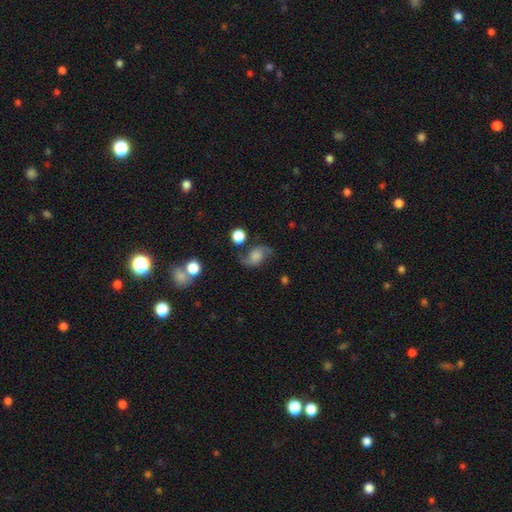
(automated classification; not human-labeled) This is likely a featured or disk galaxy (75%). It is clearly not viewed edge-on (97%). Bar: likely no (67%). Spiral arm pattern: clearly yes (96%). Spiral arm count: clearly 2 (93%). Spiral winding: likely loose (68%). Central bulge: marginally none (32%). Merging: likely none (71%).